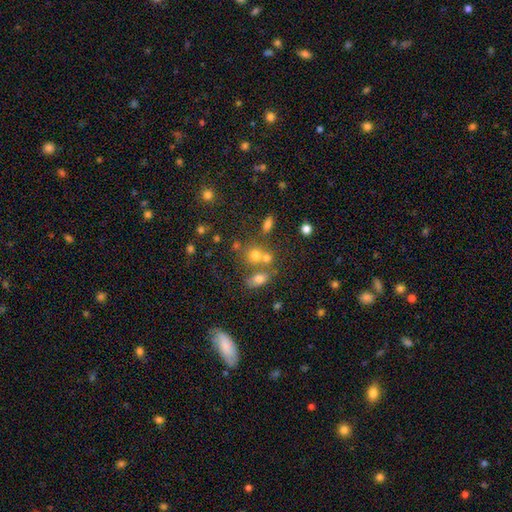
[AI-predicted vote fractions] A smooth galaxy with no disk features (64%) that is round (60%). Merging: none (46%).